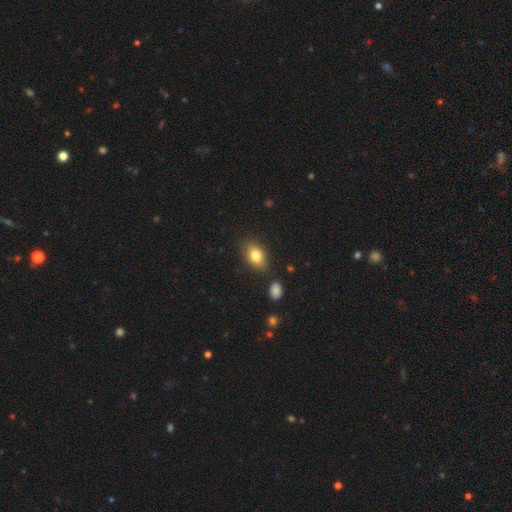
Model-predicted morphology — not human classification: Smooth or featured? Predicted: smooth (p=0.80). How rounded? Predicted: in between (p=0.84). Merging? Predicted: none (p=0.80).